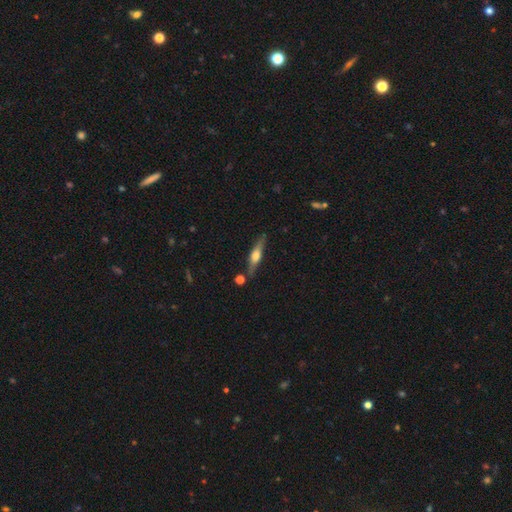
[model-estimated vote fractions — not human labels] featured or disk 60%, smooth 33%, star or artifact 7%. Down the decision tree: edge-on disk — yes (94%); edge-on bulge — rounded (86%); merging — none (78%).